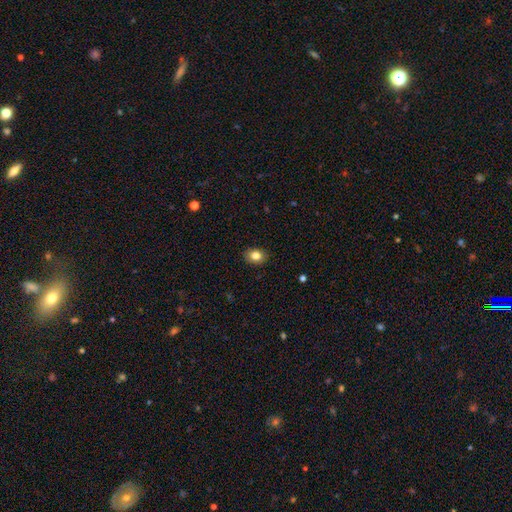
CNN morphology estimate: smooth_or_featured: smooth (p=0.83) [alt: star or artifact p=0.09]
how_rounded: in between (p=0.61) [alt: round p=0.38]
merging: none (p=0.88) [alt: minor disturbance p=0.09]